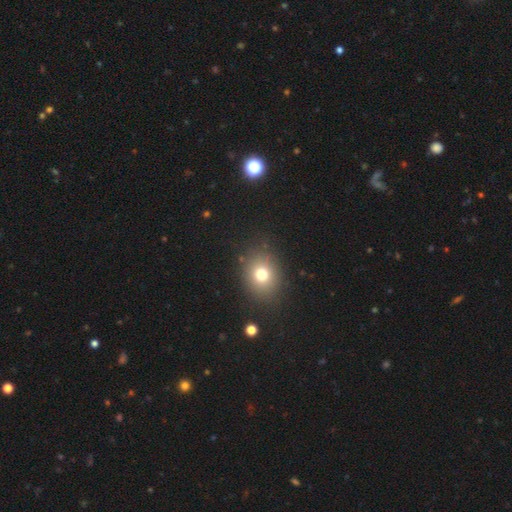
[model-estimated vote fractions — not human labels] smooth 67%, star or artifact 25%, featured or disk 8%. Down the decision tree: how rounded — round (59%); merging — none (89%).